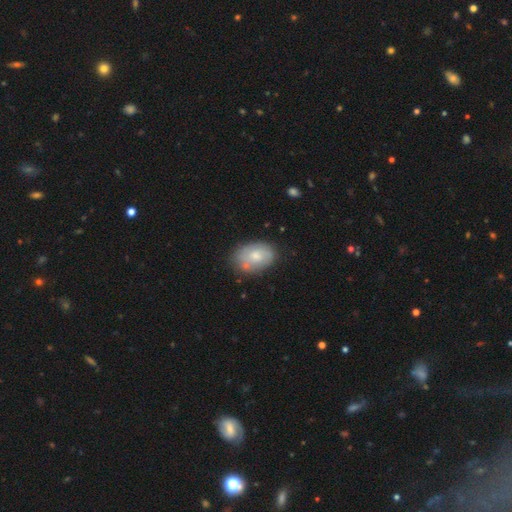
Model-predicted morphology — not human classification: type=smooth (67%); roundness=in between (82%); merging=none (67%).